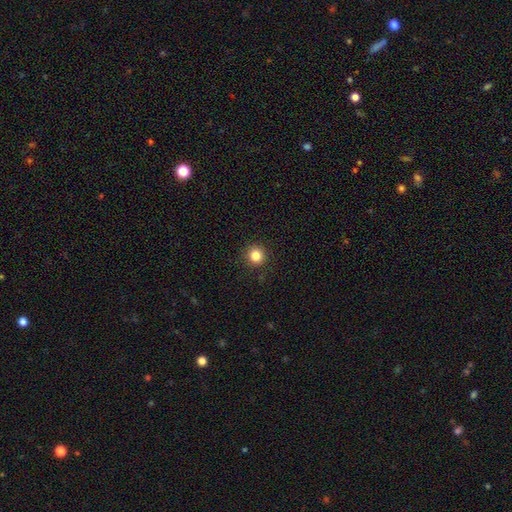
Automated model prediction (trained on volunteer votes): A smooth galaxy with no disk features (84%) that is round (94%). Merging: none (92%).